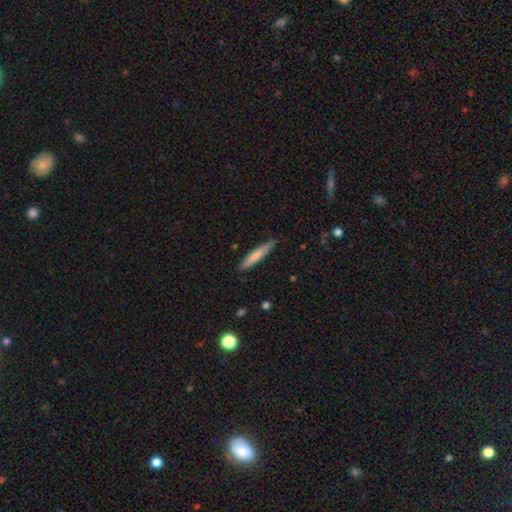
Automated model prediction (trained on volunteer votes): Q: Smooth or featured?
A: smooth (72%); runner-up: featured or disk (23%)
Q: How rounded?
A: cigar-shaped (92%); runner-up: in between (7%)
Q: Merging?
A: none (85%); runner-up: minor disturbance (12%)